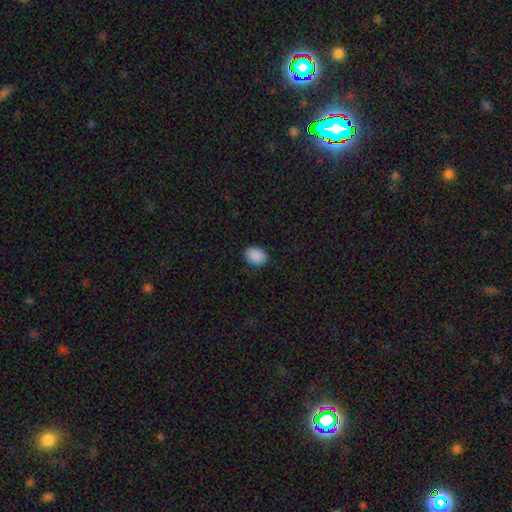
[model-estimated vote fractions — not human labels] smooth 90%, star or artifact 7%, featured or disk 3%. Down the decision tree: how rounded — in between (68%); merging — none (87%).